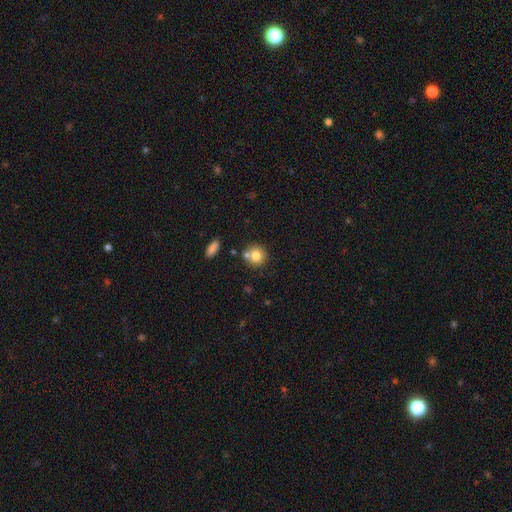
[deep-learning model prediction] Overall: smooth (77%). How rounded: round (89%). Merging: none (65%).